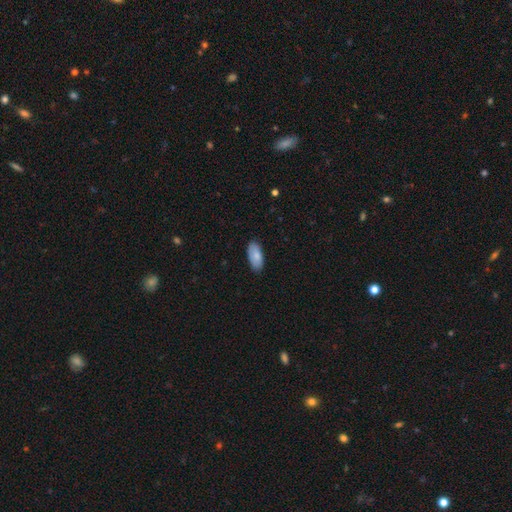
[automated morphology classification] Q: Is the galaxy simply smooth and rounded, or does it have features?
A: smooth — 80%.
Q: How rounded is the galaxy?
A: in between — 91%.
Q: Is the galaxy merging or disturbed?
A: none — 85%.